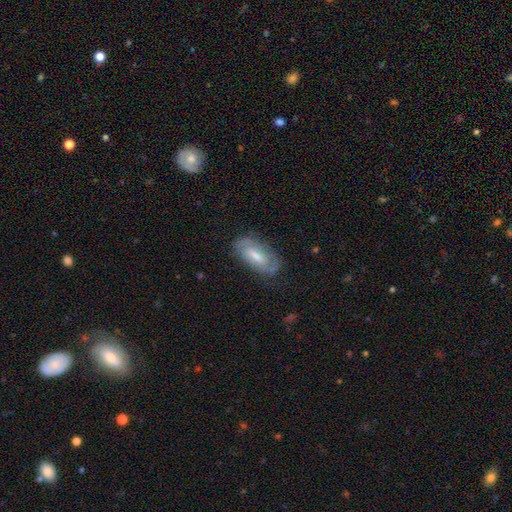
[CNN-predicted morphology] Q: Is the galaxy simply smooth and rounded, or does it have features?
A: featured or disk — 66%.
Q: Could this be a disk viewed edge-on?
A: no — 91%.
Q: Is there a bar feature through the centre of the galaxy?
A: weak — 52%.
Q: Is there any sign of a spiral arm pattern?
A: yes — 84%.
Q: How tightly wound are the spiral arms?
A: tight — 50%.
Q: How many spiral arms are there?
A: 2 — 62%.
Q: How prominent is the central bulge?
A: moderate — 49%.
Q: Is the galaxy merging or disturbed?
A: none — 76%.